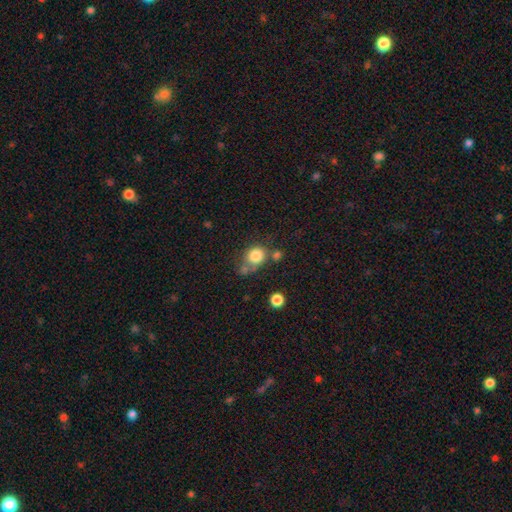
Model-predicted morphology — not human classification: A smooth galaxy with no disk features (81%) that is round (75%).

Vote fractions:
- Smooth or featured? smooth: 81% / star or artifact: 11% / featured or disk: 8%
- How rounded? round: 75% / in between: 24% / cigar-shaped: 1%
- Merging? none: 51% / merger: 24% / minor disturbance: 17% / major disturbance: 8%